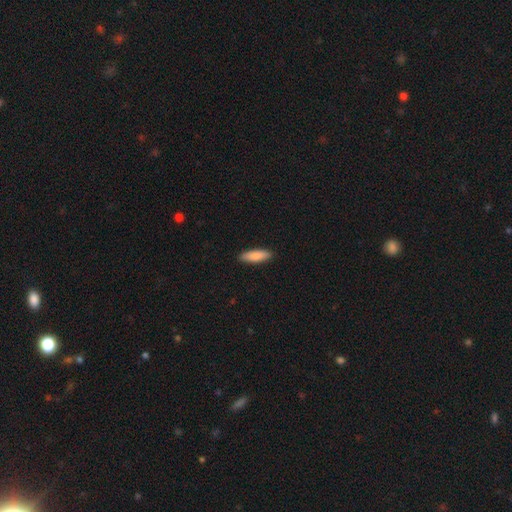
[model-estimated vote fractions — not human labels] smooth_or_featured: smooth (p=0.86) [alt: featured or disk p=0.09]
how_rounded: cigar-shaped (p=0.56) [alt: in between p=0.42]
merging: none (p=0.90) [alt: minor disturbance p=0.07]